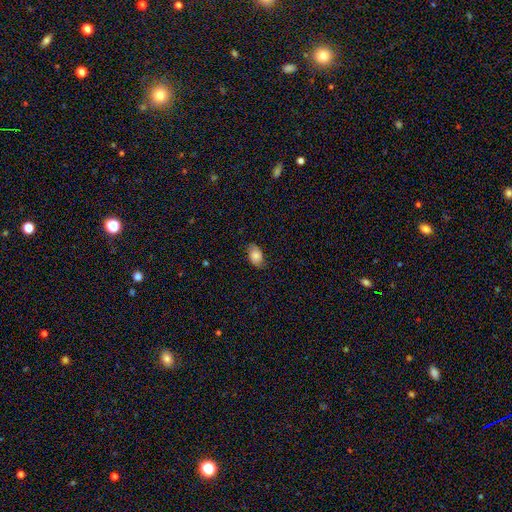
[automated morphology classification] smooth_or_featured: smooth (p=0.82) [alt: featured or disk p=0.11]
how_rounded: in between (p=0.88) [alt: round p=0.11]
merging: none (p=0.79) [alt: minor disturbance p=0.16]